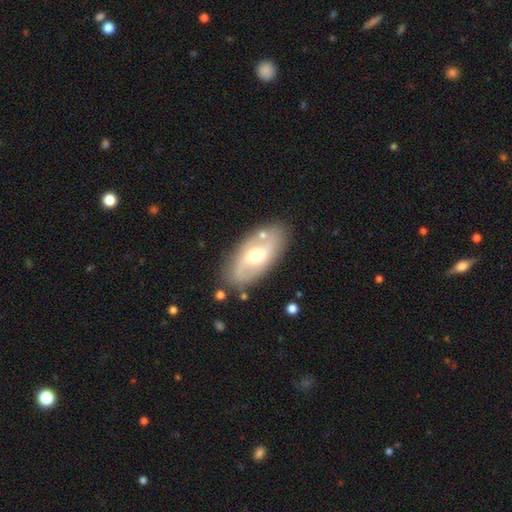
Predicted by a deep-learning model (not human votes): Smooth or featured? featured or disk (66%)
Edge-on disk? no (91%)
Bar? weak (47%)
Spiral arms? yes (74%)
Bulge size? moderate (68%)
Merging? none (79%)